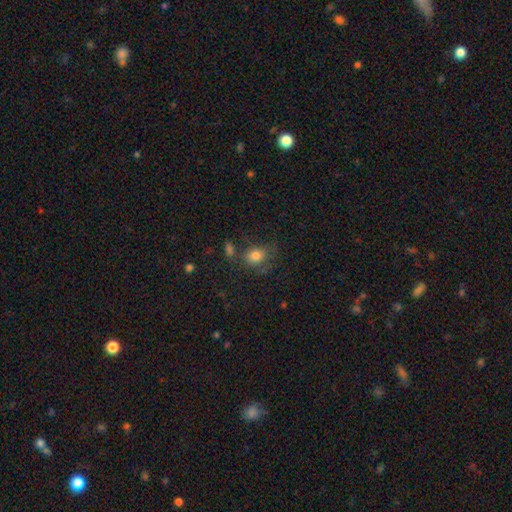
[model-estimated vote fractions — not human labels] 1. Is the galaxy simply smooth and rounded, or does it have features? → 78% smooth, 11% star or artifact, 11% featured or disk.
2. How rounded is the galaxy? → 57% in between, 42% round, 1% cigar-shaped.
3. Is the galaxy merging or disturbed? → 57% none, 21% minor disturbance, 11% major disturbance, 11% merger.